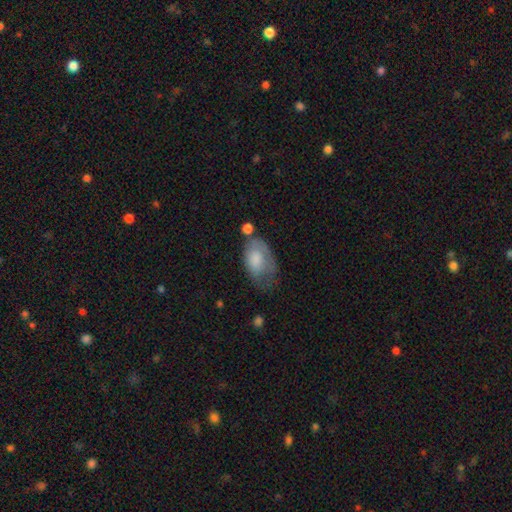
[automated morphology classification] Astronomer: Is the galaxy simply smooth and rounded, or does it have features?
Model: smooth — 63%.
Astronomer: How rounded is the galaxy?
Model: in between — 90%.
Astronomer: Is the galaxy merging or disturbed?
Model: none — 38% (runner-up: minor disturbance, 33%).